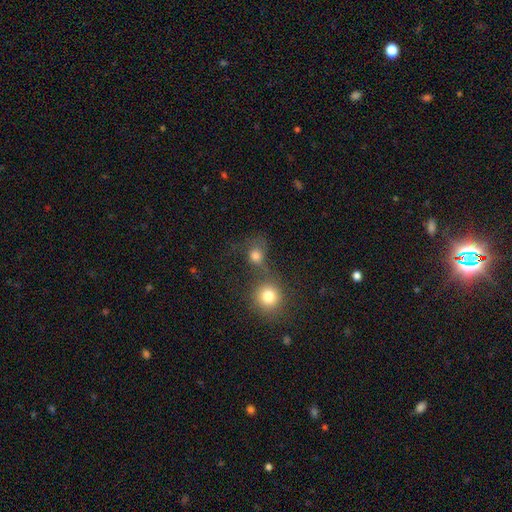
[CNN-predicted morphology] Q: Smooth or featured?
A: smooth (76%); runner-up: star or artifact (14%)
Q: How rounded?
A: round (76%); runner-up: in between (22%)
Q: Merging?
A: merger (43%); runner-up: none (36%)